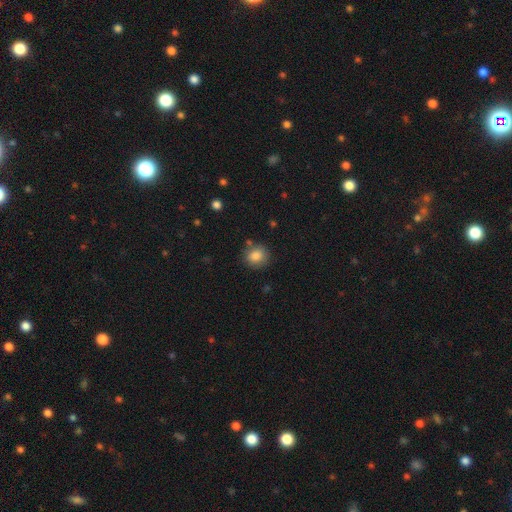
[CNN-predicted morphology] Smooth or featured? Predicted: smooth (p=0.85). How rounded? Predicted: round (p=0.76). Merging? Predicted: none (p=0.79).